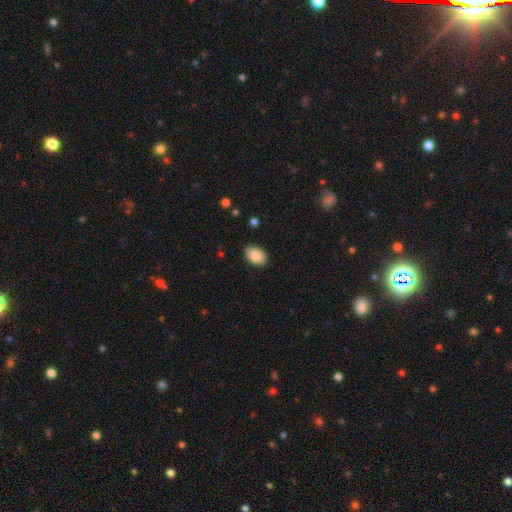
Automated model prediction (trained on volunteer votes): smooth_or_featured: smooth (p=0.89) [alt: star or artifact p=0.07]
how_rounded: in between (p=0.88) [alt: round p=0.11]
merging: none (p=0.87) [alt: minor disturbance p=0.10]